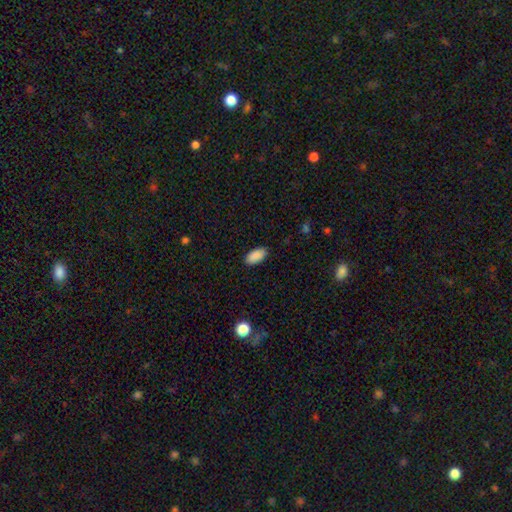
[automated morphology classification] smooth_or_featured: smooth (p=0.90) [alt: star or artifact p=0.07]
how_rounded: in between (p=0.93) [alt: cigar-shaped p=0.05]
merging: none (p=0.88) [alt: minor disturbance p=0.09]